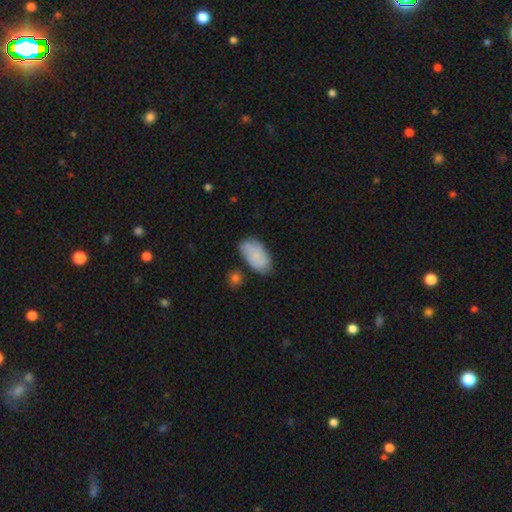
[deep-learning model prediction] Smooth or featured? Predicted: smooth (p=0.69). How rounded? Predicted: in between (p=0.94). Merging? Predicted: none (p=0.61).